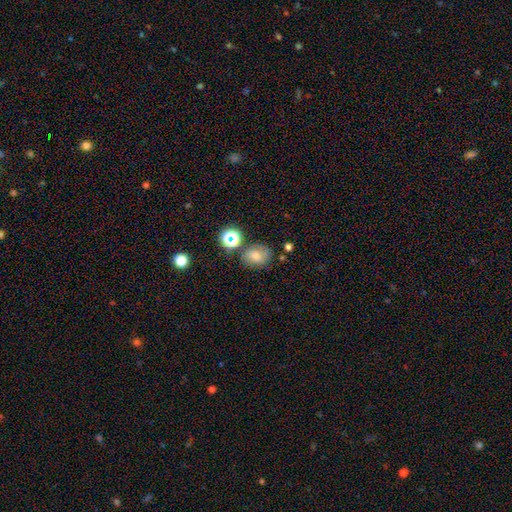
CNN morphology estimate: smooth-or-featured: smooth: 66% | star or artifact: 18% | featured or disk: 16%
  how-rounded: in between: 53% | round: 46% | cigar-shaped: 1%
  merging: none: 60% | minor disturbance: 22% | merger: 10% | major disturbance: 8%